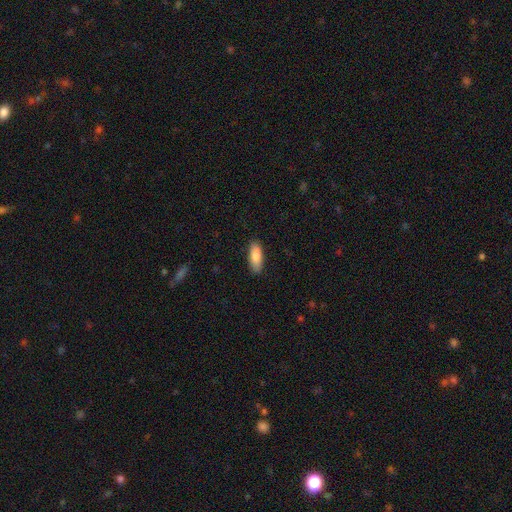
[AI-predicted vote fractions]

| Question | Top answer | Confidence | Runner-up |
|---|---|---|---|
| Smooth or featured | smooth | 86% | featured or disk (8%) |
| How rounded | in between | 73% | cigar-shaped (25%) |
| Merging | none | 87% | minor disturbance (10%) |